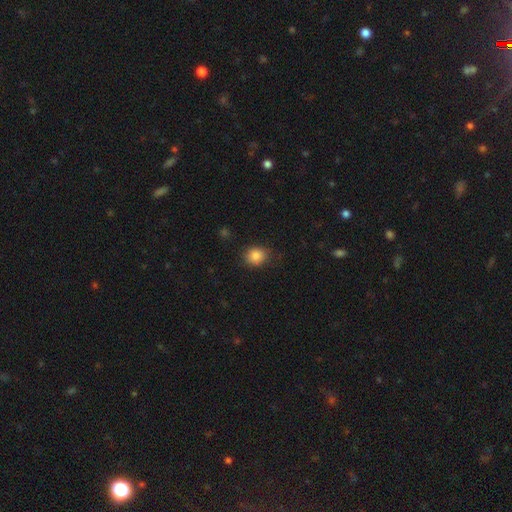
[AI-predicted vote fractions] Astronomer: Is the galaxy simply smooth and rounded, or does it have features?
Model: smooth — 84%.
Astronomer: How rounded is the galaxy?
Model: round — 68%.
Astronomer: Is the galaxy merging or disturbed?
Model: none — 80%.